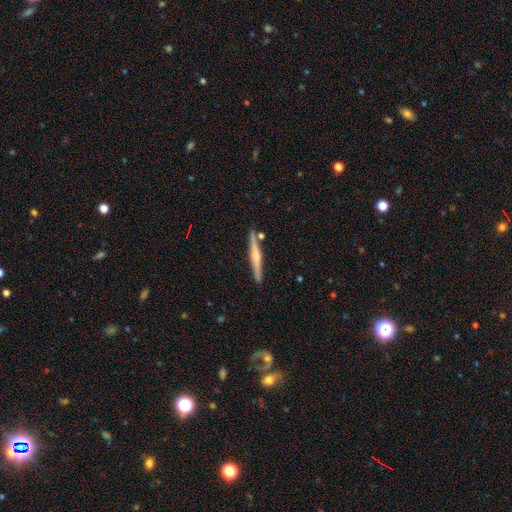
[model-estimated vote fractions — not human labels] Q: Smooth or featured?
A: featured or disk (57%); runner-up: smooth (38%)
Q: Edge-on disk?
A: yes (97%); runner-up: no (3%)
Q: Edge-on bulge?
A: rounded (67%); runner-up: none (20%)
Q: Merging?
A: none (87%); runner-up: minor disturbance (8%)